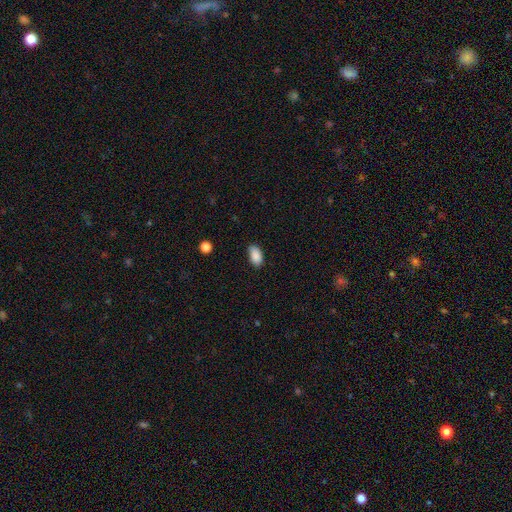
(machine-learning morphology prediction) Q: Smooth or featured?
A: smooth (89%); runner-up: star or artifact (8%)
Q: How rounded?
A: in between (93%); runner-up: round (5%)
Q: Merging?
A: none (80%); runner-up: minor disturbance (16%)